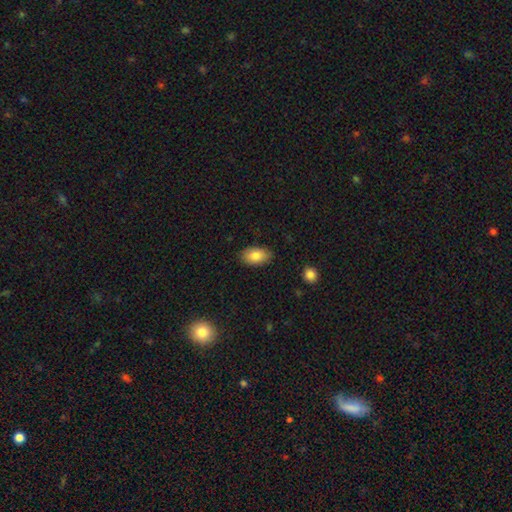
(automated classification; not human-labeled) Overall: smooth (82%). How rounded: in between (93%). Merging: none (86%).